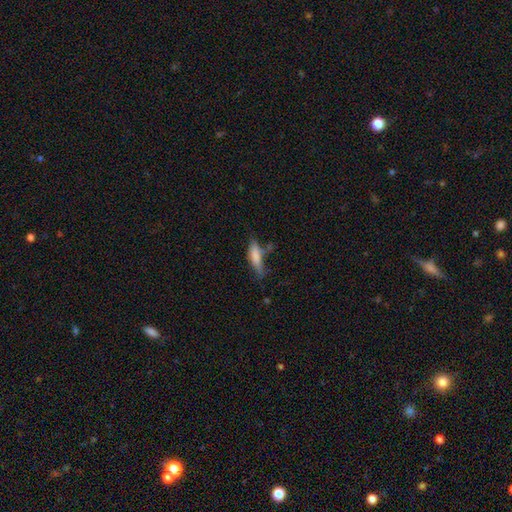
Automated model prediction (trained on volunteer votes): smooth-or-featured: smooth: 74% | featured or disk: 18% | star or artifact: 8%
  how-rounded: cigar-shaped: 59% | in between: 39% | round: 2%
  merging: none: 46% | minor disturbance: 29% | major disturbance: 13% | merger: 12%